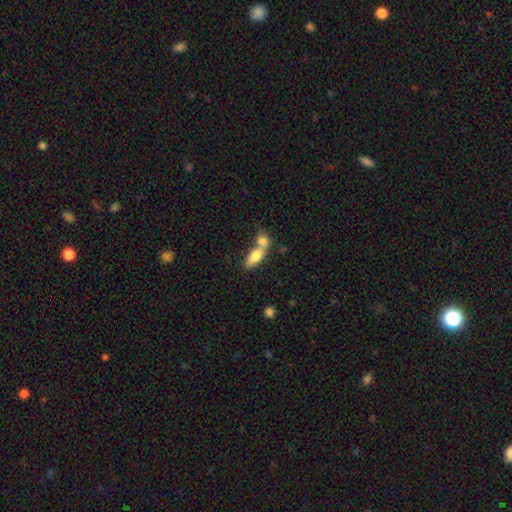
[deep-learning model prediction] smooth_or_featured: smooth (p=0.71) [alt: featured or disk p=0.22]
how_rounded: in between (p=0.72) [alt: cigar-shaped p=0.22]
merging: merger (p=0.64) [alt: none p=0.25]